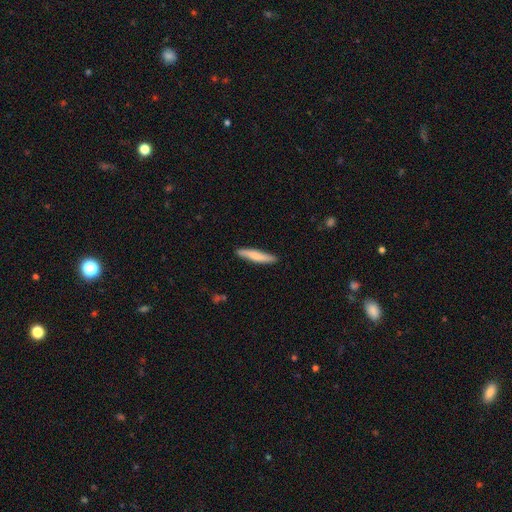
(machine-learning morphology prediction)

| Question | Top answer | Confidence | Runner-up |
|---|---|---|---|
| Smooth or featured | smooth | 72% | featured or disk (23%) |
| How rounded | cigar-shaped | 91% | in between (8%) |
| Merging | none | 88% | minor disturbance (9%) |